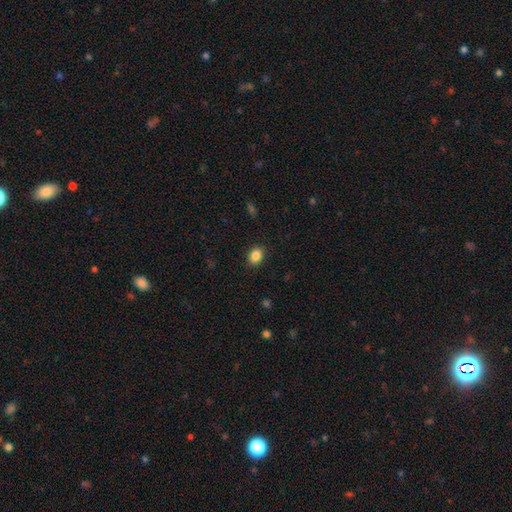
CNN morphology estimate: A smooth galaxy with no disk features (87%) that is in between round and cigar-shaped (58%). Merging: none (89%).